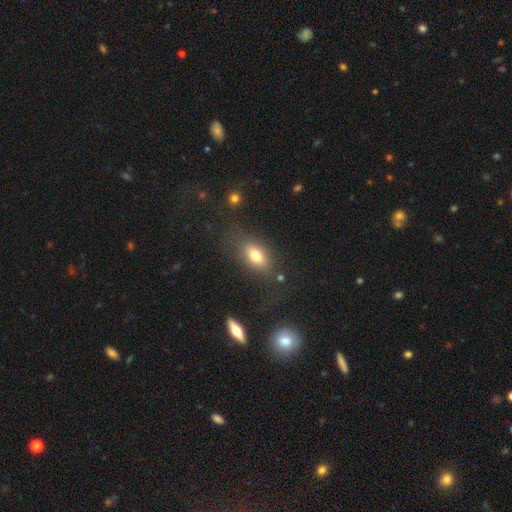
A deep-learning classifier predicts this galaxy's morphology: Smooth or featured? smooth (75%)
How rounded? in between (82%)
Merging? none (71%)